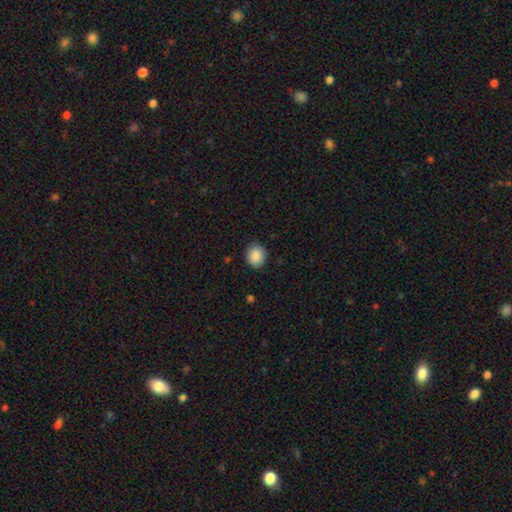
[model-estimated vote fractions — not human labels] Smooth or featured?
  - smooth: 87% *
  - star or artifact: 8%
  - featured or disk: 4%
How rounded?
  - round: 74% *
  - in between: 25%
  - cigar-shaped: 1%
Merging?
  - none: 89% *
  - minor disturbance: 8%
  - major disturbance: 2%
  - merger: 1%